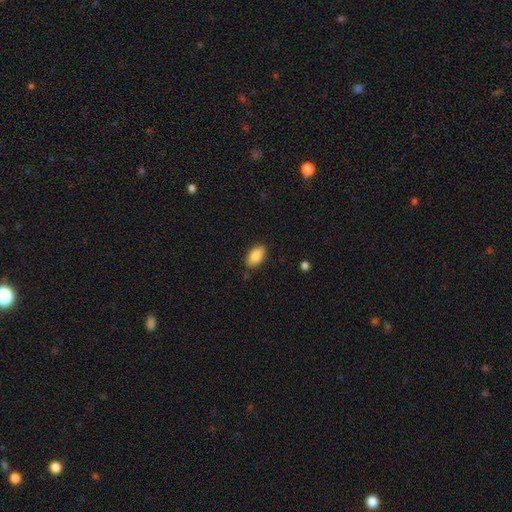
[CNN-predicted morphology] smooth 87%, star or artifact 7%, featured or disk 6%. Down the decision tree: how rounded — in between (92%); merging — none (85%).